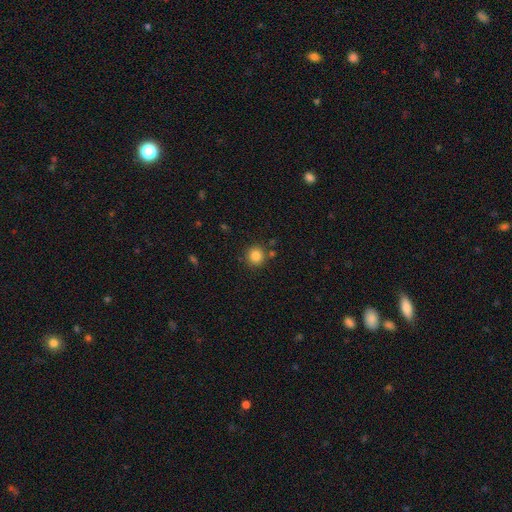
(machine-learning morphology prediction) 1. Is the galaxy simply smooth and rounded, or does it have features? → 83% smooth, 11% star or artifact, 5% featured or disk.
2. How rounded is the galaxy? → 94% round, 6% in between, 1% cigar-shaped.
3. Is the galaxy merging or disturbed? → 83% none, 8% minor disturbance, 6% merger, 3% major disturbance.